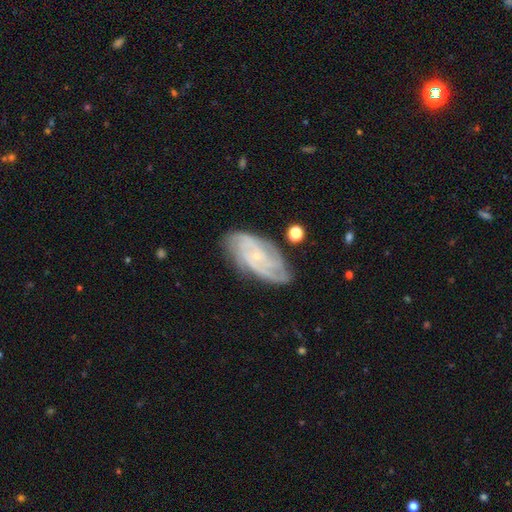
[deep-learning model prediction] A featured or disk galaxy (80%) with no bar (65%), 3 (26%) tight (60%) spiral arms (95%) and a small central bulge (80%).

Vote fractions:
- Smooth or featured? featured or disk: 80% / smooth: 13% / star or artifact: 7%
- Edge-on disk? no: 95% / yes: 5%
- Bar? no: 65% / weak: 28% / strong: 7%
- Spiral arms? yes: 95% / no: 5%
- Spiral winding? tight: 60% / medium: 32% / loose: 8%
- Spiral arm count? 3: 26% / can't tell: 25% / 2: 20% / 4: 18% / more than 4: 6% / 1: 5%
- Bulge size? small: 80% / moderate: 12% / none: 6% / large: 1% / dominant: 1%
- Merging? none: 74% / minor disturbance: 19% / major disturbance: 5% / merger: 2%